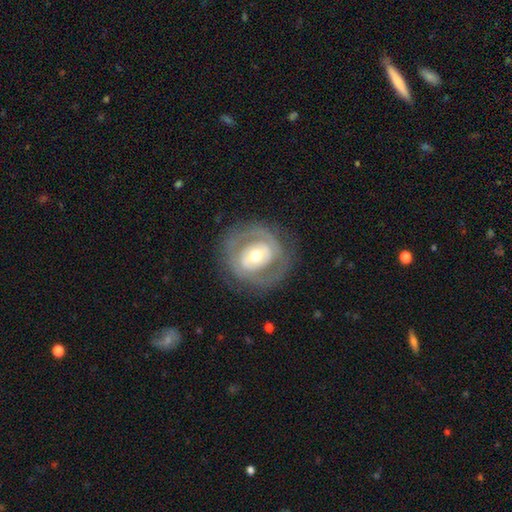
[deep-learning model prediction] This appears to be a featured or disk galaxy (69%) with no bar (54%), no spiral arms (52%) and a moderate central bulge (67%). Merging: none (77%).